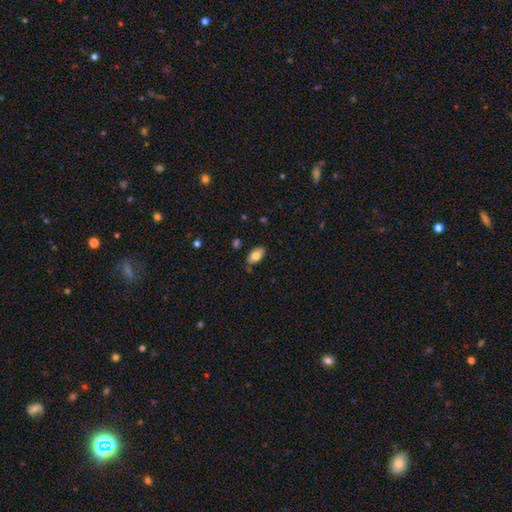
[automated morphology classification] This appears to be a smooth galaxy with no disk features (77%) that is in between round and cigar-shaped (93%). Merging: none (79%).